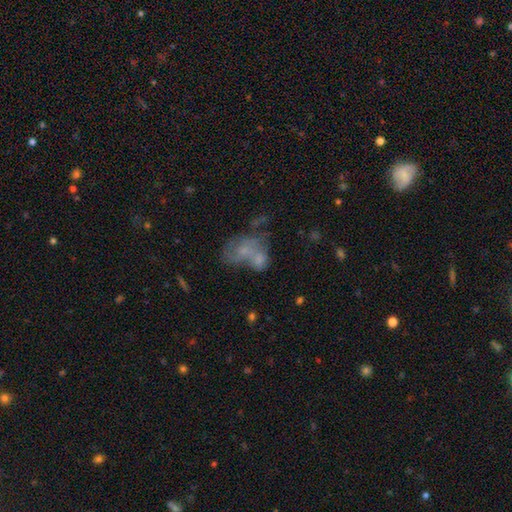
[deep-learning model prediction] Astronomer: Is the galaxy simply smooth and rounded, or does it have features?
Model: smooth — 45% (runner-up: featured or disk, 42%).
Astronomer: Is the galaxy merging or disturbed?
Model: merger — 55%.